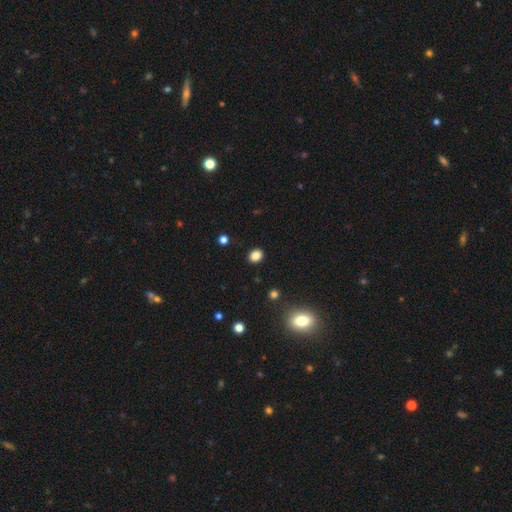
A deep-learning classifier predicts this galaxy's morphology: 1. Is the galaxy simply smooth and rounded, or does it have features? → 84% smooth, 12% star or artifact, 3% featured or disk.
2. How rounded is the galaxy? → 51% round, 48% in between, 1% cigar-shaped.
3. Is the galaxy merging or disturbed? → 90% none, 7% minor disturbance, 2% major disturbance, 1% merger.